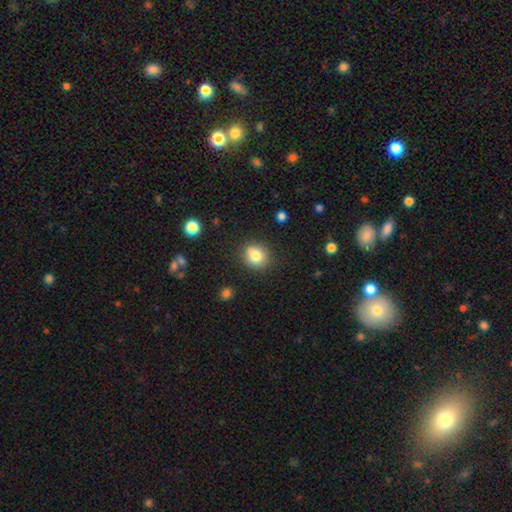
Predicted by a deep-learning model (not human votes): smooth-or-featured: smooth: 78% | star or artifact: 11% | featured or disk: 11%
  how-rounded: round: 83% | in between: 16% | cigar-shaped: 1%
  merging: none: 72% | minor disturbance: 14% | merger: 11% | major disturbance: 3%